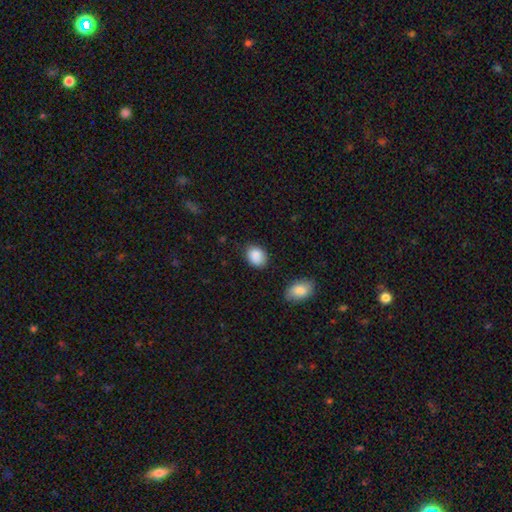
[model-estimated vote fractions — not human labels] Smooth or featured? Predicted: smooth (p=0.89). How rounded? Predicted: in between (p=0.59). Merging? Predicted: none (p=0.78).